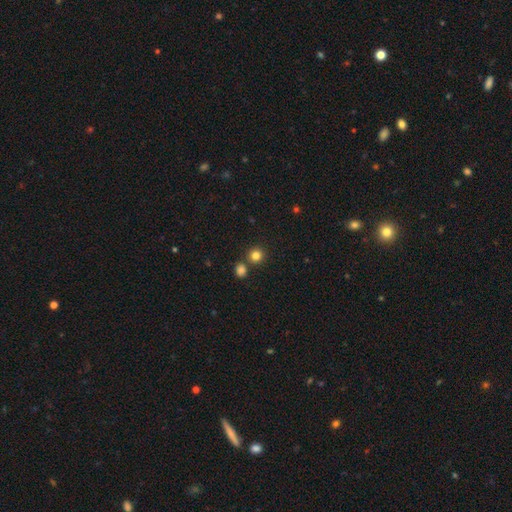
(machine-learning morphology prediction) type=smooth (82%); roundness=round (90%); merging=none (77%).